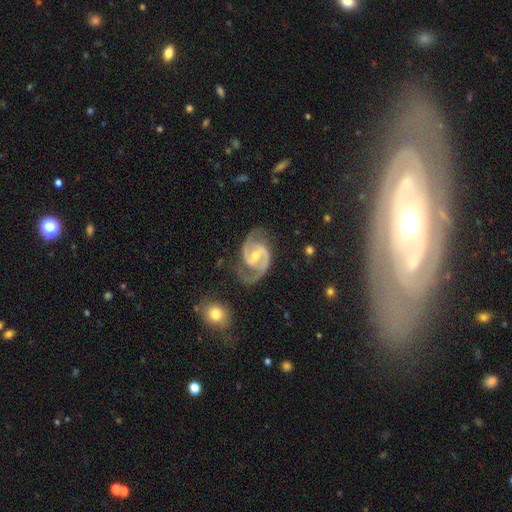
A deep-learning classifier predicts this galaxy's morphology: Smooth or featured? Predicted: featured or disk (p=0.92). Edge-on disk? Predicted: no (p=0.98). Bar? Predicted: weak (p=0.49). Spiral arms? Predicted: yes (p=0.98). Spiral winding? Predicted: medium (p=0.59). Spiral arm count? Predicted: 2 (p=0.93). Bulge size? Predicted: moderate (p=0.58). Merging? Predicted: none (p=0.72).